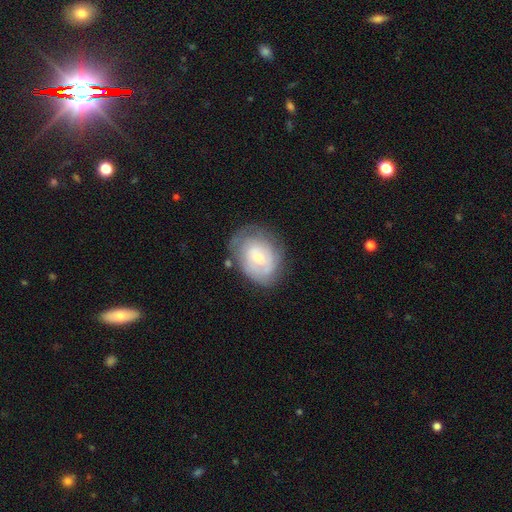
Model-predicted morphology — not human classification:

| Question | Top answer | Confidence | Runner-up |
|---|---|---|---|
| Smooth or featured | featured or disk | 58% | smooth (33%) |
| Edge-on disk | no | 96% | yes (4%) |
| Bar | no | 63% | weak (30%) |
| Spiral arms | yes | 71% | no (29%) |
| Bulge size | small | 49% | moderate (45%) |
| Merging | none | 69% | minor disturbance (21%) |